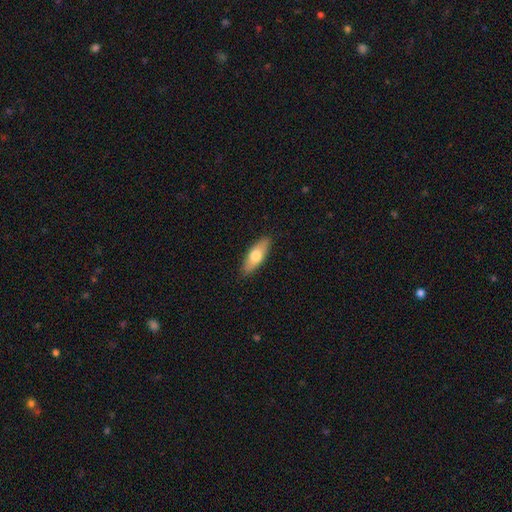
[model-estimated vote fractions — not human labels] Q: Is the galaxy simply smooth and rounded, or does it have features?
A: smooth — 65%.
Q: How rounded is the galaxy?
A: in between — 61%.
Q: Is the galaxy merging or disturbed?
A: none — 89%.